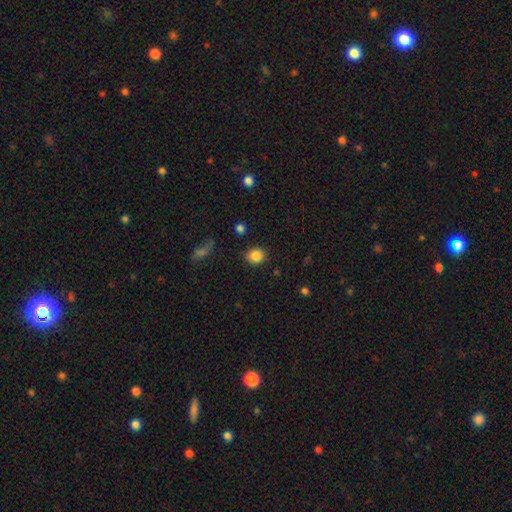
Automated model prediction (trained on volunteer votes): Smooth or featured? Predicted: smooth (p=0.86). How rounded? Predicted: round (p=0.75). Merging? Predicted: none (p=0.87).